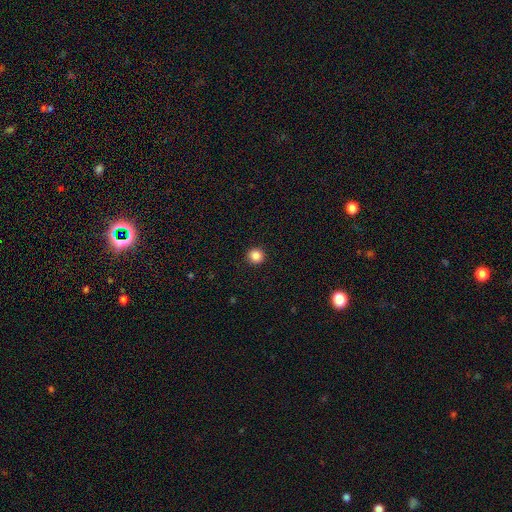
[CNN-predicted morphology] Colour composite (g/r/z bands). It shows a smooth galaxy with no disk features (86%) that is round (95%). Merging: none (93%).